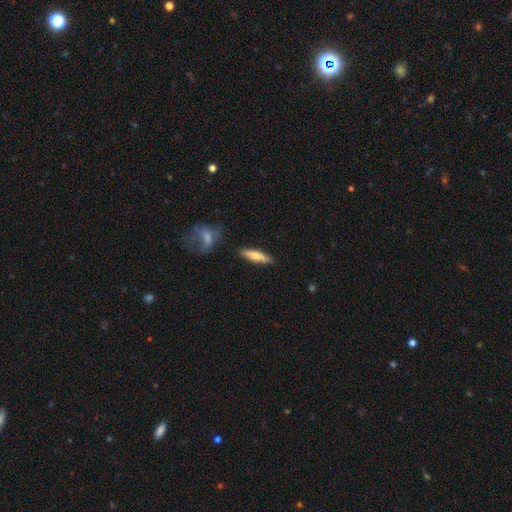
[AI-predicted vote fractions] Morphology: type=smooth (58%); roundness=cigar-shaped (76%); merging=none (88%).